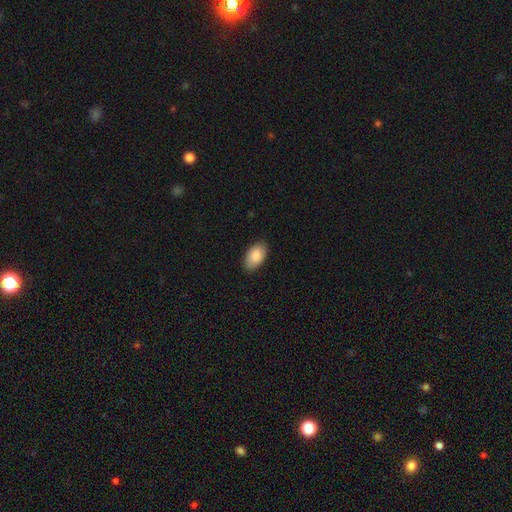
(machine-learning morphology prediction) Q: Smooth or featured?
A: smooth (87%); runner-up: featured or disk (7%)
Q: How rounded?
A: in between (94%); runner-up: round (5%)
Q: Merging?
A: none (86%); runner-up: minor disturbance (11%)